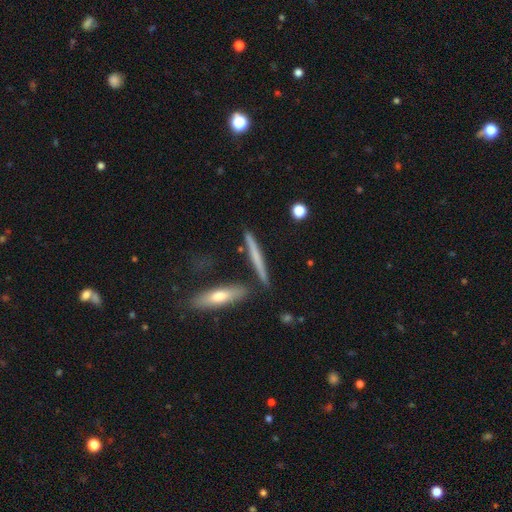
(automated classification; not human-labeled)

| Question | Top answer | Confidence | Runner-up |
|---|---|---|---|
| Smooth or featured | smooth | 52% | featured or disk (41%) |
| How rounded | cigar-shaped | 94% | in between (4%) |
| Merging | none | 83% | minor disturbance (10%) |